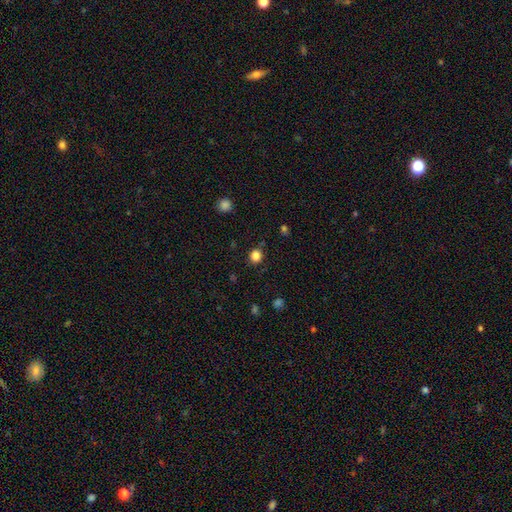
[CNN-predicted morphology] This appears to be a smooth galaxy with no disk features (82%) that is round (87%). Merging: none (88%).